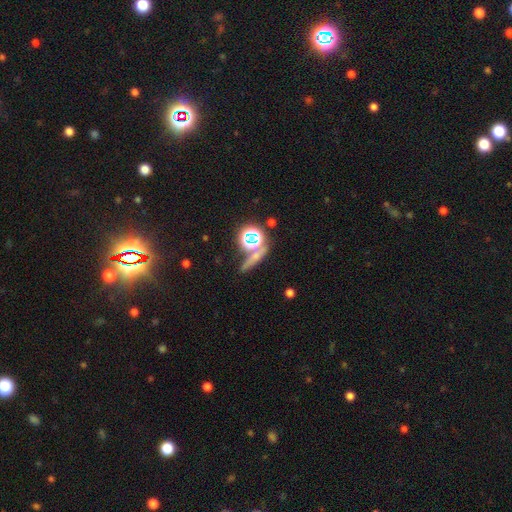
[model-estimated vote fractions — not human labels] Smooth or featured? smooth (45%)
Merging? none (67%)